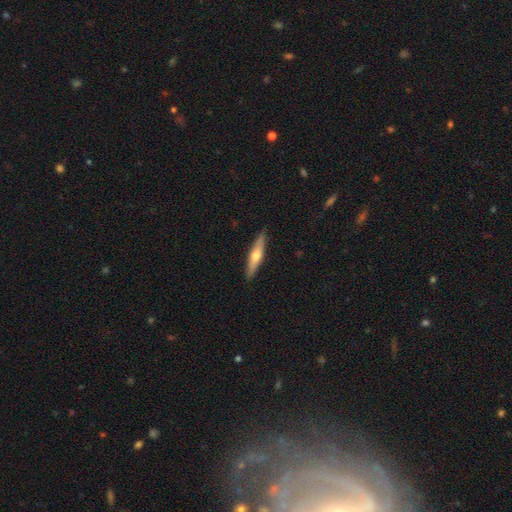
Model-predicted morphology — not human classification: featured or disk 51%, smooth 44%, star or artifact 5%. Down the decision tree: edge-on disk — yes (93%); merging — none (90%).